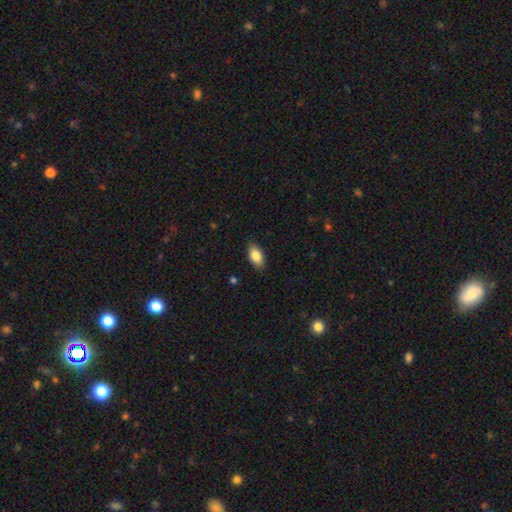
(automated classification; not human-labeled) This appears to be a smooth galaxy with no disk features (85%) that is in between round and cigar-shaped (92%). Merging: none (87%).